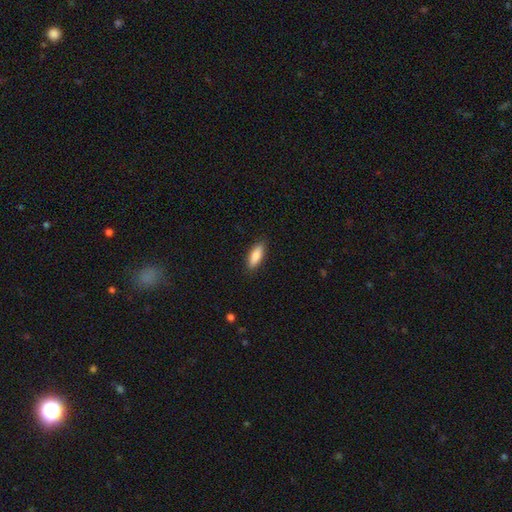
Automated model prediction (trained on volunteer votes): Overall: smooth (86%). How rounded: in between (67%; cigar-shaped 31%). Merging: none (88%).